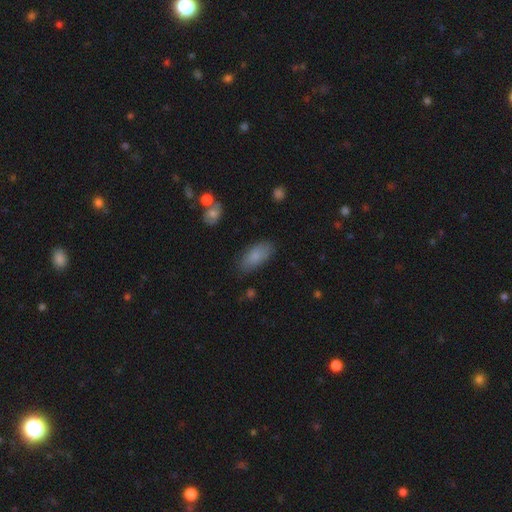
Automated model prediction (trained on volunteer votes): Q: Smooth or featured?
A: smooth (83%); runner-up: featured or disk (10%)
Q: How rounded?
A: in between (89%); runner-up: cigar-shaped (9%)
Q: Merging?
A: none (80%); runner-up: minor disturbance (14%)